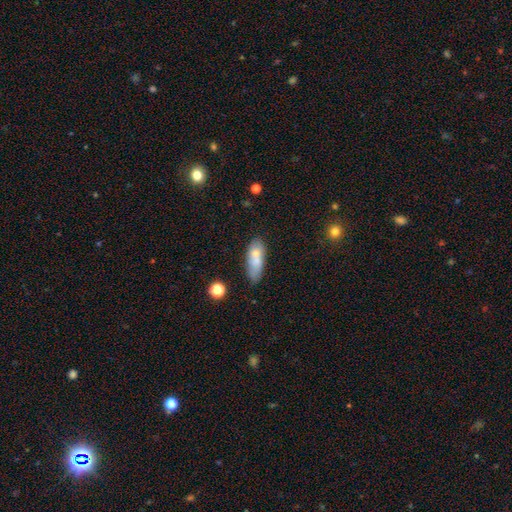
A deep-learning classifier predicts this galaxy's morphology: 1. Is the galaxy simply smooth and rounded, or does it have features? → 70% smooth, 22% featured or disk, 9% star or artifact.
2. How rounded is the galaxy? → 67% in between, 29% cigar-shaped, 4% round.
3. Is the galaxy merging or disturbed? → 49% none, 24% merger, 20% minor disturbance, 7% major disturbance.